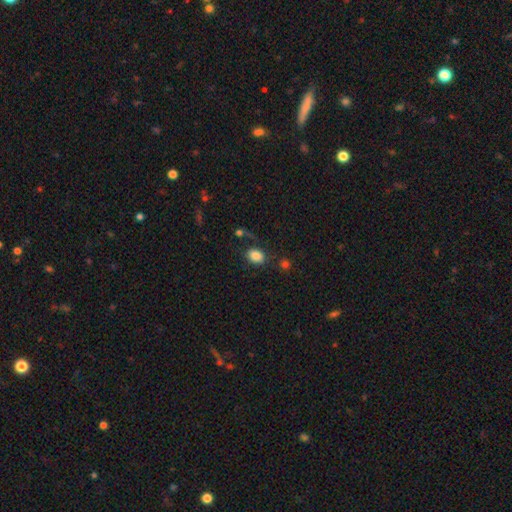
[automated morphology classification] The model was most divided on "how rounded": in between: 66%, round: 33%, cigar-shaped: 1%. More confident: smooth or featured — smooth (84%); merging — none (70%).